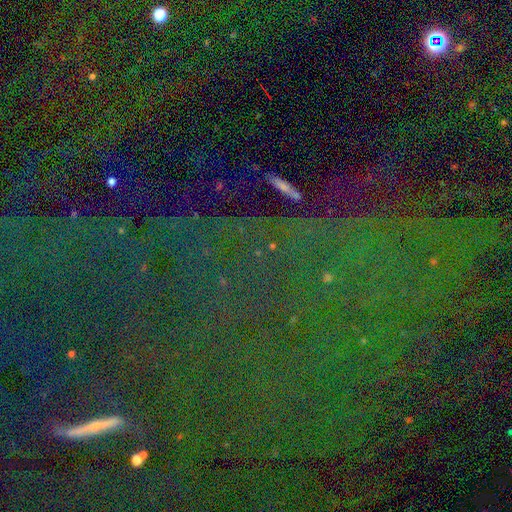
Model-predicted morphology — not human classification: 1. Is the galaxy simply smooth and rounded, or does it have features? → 84% star or artifact, 8% smooth, 7% featured or disk.